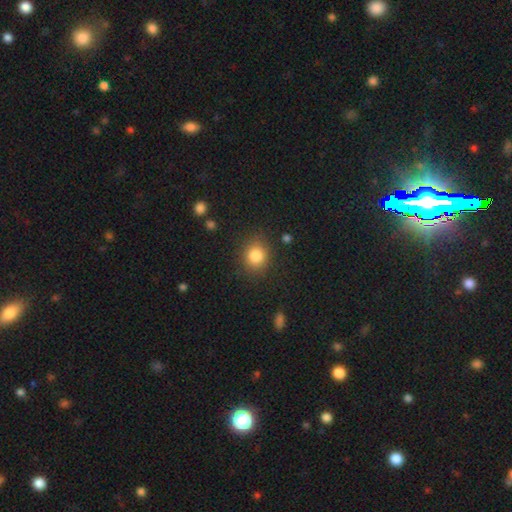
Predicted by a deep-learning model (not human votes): Q: Smooth or featured?
A: smooth (84%); runner-up: star or artifact (10%)
Q: How rounded?
A: round (80%); runner-up: in between (19%)
Q: Merging?
A: none (85%); runner-up: minor disturbance (10%)